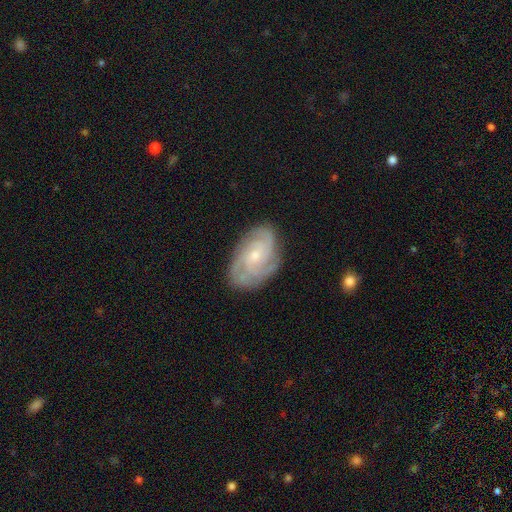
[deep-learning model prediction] Smooth or featured? Predicted: featured or disk (p=0.84). Edge-on disk? Predicted: no (p=0.97). Bar? Predicted: no (p=0.70). Spiral arms? Predicted: yes (p=0.97). Spiral winding? Predicted: tight (p=0.64). Spiral arm count? Predicted: 3 (p=0.33). Bulge size? Predicted: small (p=0.68). Merging? Predicted: none (p=0.79).